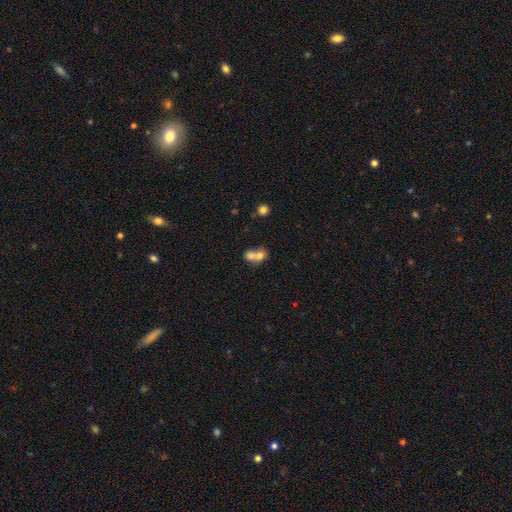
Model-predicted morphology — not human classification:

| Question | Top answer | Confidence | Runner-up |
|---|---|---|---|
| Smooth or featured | smooth | 69% | featured or disk (20%) |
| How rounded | round | 53% | in between (46%) |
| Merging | merger | 73% | none (19%) |